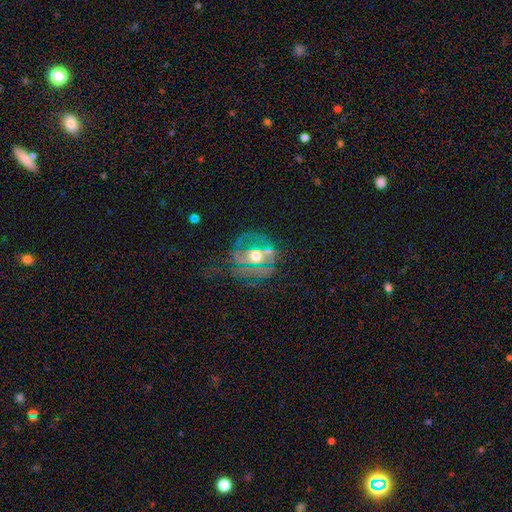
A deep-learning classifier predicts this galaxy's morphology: featured or disk 61%, smooth 26%, star or artifact 13%. Down the decision tree: edge-on disk — no (94%); bar — no (68%); spiral arms — yes (51%); bulge size — moderate (73%); merging — none (47%).